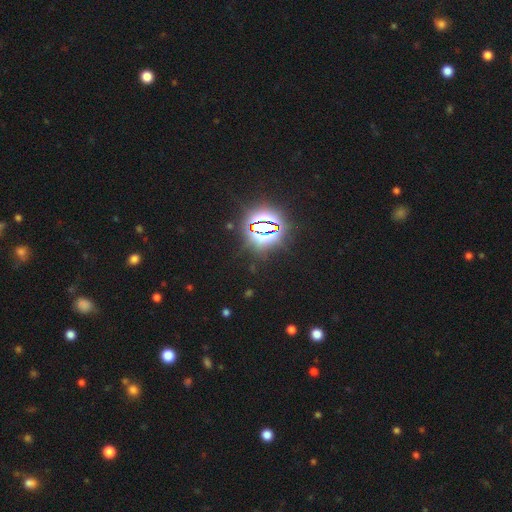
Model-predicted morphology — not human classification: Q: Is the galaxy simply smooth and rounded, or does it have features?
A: star or artifact — 85%.